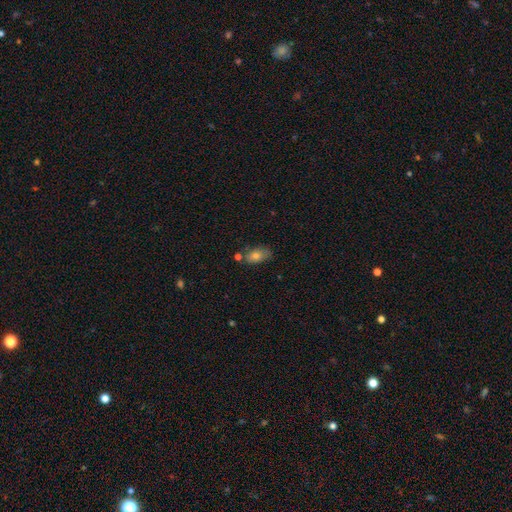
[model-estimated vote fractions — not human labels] Smooth or featured?
  - smooth: 74% *
  - featured or disk: 15%
  - star or artifact: 11%
How rounded?
  - in between: 87% *
  - round: 8%
  - cigar-shaped: 4%
Merging?
  - none: 65% *
  - minor disturbance: 20%
  - merger: 10%
  - major disturbance: 5%